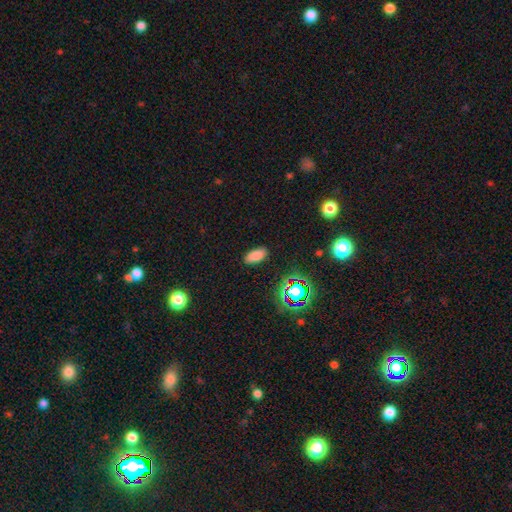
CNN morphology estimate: smooth 80%, star or artifact 15%, featured or disk 6%. Down the decision tree: how rounded — in between (89%); merging — none (88%).